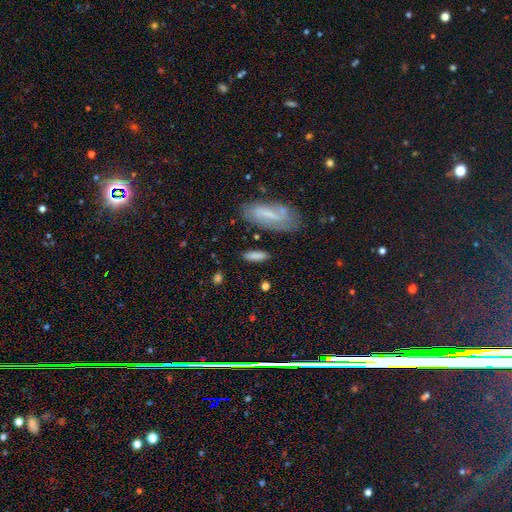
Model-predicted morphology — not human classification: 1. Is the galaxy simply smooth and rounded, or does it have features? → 79% smooth, 14% featured or disk, 7% star or artifact.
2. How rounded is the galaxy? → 50% in between, 47% cigar-shaped, 3% round.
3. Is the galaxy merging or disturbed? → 78% none, 13% minor disturbance, 4% major disturbance, 4% merger.